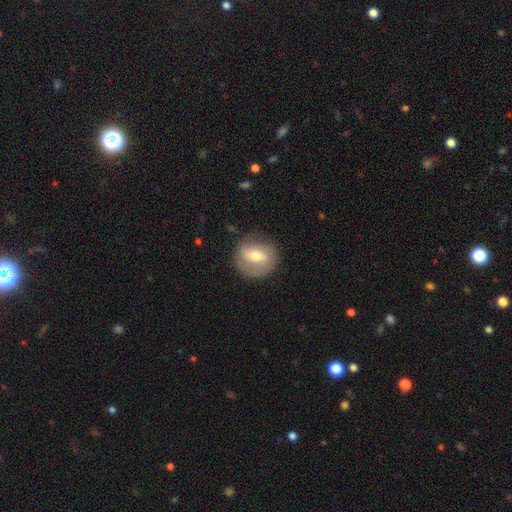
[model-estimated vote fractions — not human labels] A featured or disk galaxy (50%). Merging: none (78%).